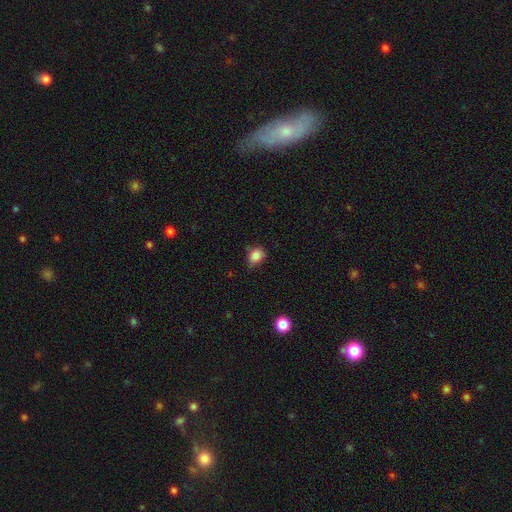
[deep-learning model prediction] Overall: smooth (85%). How rounded: round (58%; in between 41%). Merging: none (68%).